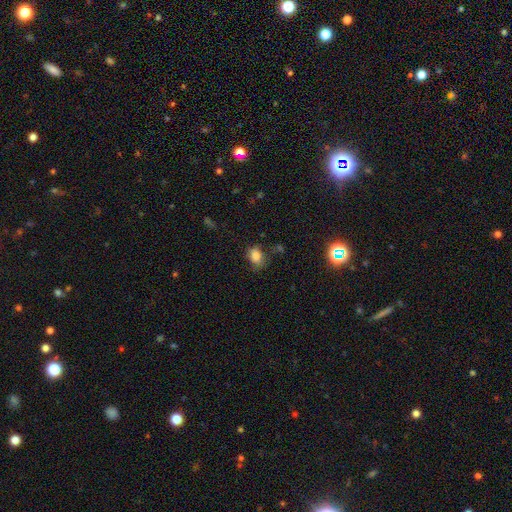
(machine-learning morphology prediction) smooth_or_featured: smooth (p=0.82) [alt: star or artifact p=0.12]
how_rounded: in between (p=0.63) [alt: round p=0.35]
merging: none (p=0.58) [alt: minor disturbance p=0.28]